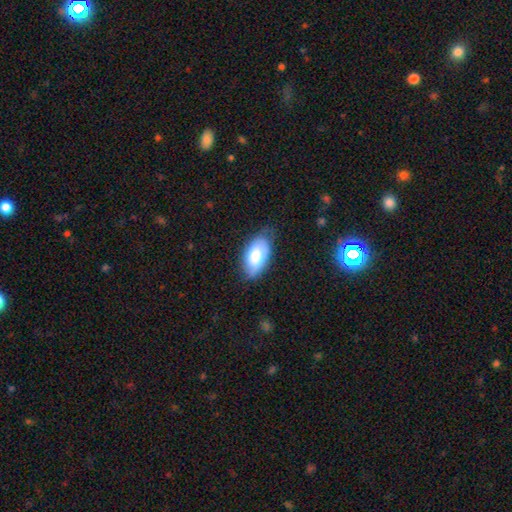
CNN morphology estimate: The model was most divided on "merging": none: 65%, minor disturbance: 27%, major disturbance: 6%, merger: 1%. More confident: how rounded — in between (94%); smooth or featured — smooth (73%).